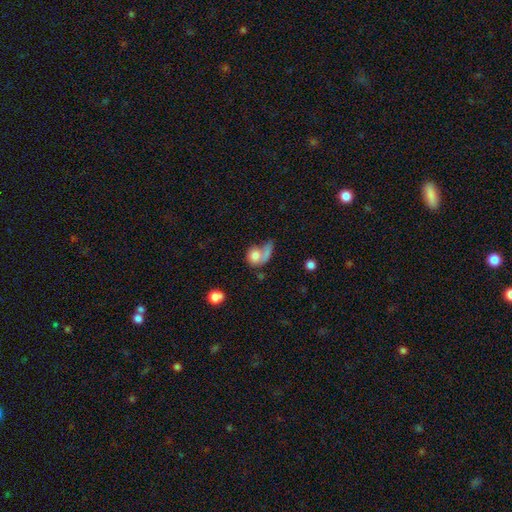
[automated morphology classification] Smooth or featured: smooth — 69% (featured or disk — 22%)
How rounded: round — 60% (in between — 37%)
Merging: merger — 35% (none — 28%)